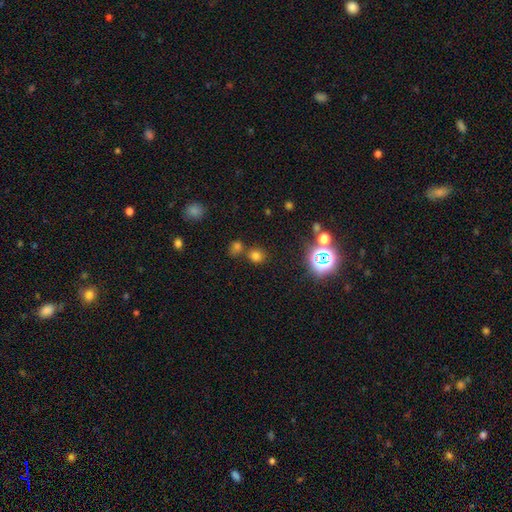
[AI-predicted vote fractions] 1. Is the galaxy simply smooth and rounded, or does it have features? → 67% smooth, 27% star or artifact, 7% featured or disk.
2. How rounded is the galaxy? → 80% round, 18% in between, 1% cigar-shaped.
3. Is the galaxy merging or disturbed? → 67% none, 21% merger, 9% minor disturbance, 4% major disturbance.